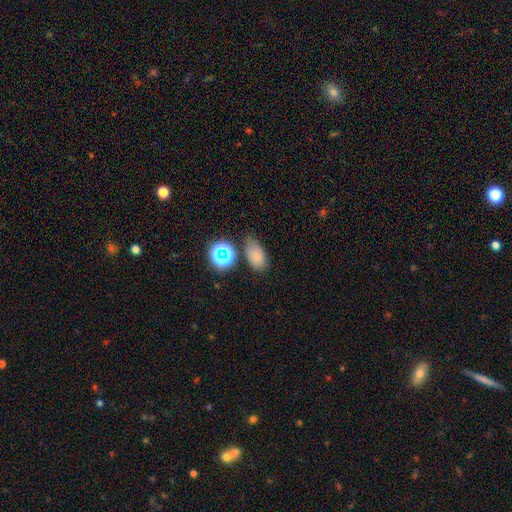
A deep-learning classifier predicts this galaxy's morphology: Q: Smooth or featured?
A: smooth (70%); runner-up: star or artifact (18%)
Q: How rounded?
A: in between (85%); runner-up: round (13%)
Q: Merging?
A: none (65%); runner-up: minor disturbance (21%)